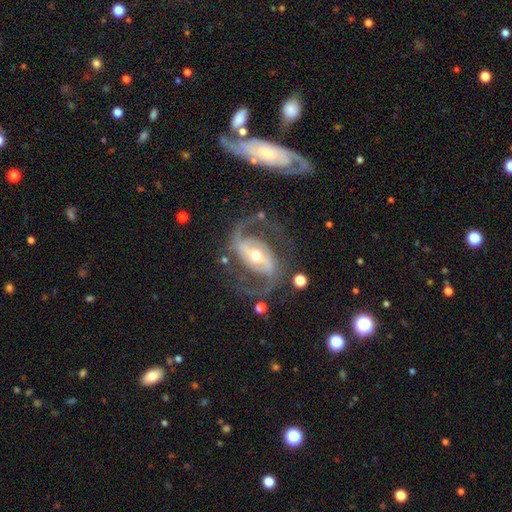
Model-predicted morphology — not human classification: smooth-or-featured: featured or disk: 91% | star or artifact: 5% | smooth: 4%
  disk-edge-on: no: 97% | yes: 3%
    bar: strong: 51% | weak: 34% | no: 15%
    has-spiral-arms: yes: 97% | no: 3%
      spiral-winding: medium: 57% | loose: 28% | tight: 15%
      spiral-arm-count: 2: 92% | can't tell: 2% | 3: 2% | 1: 2% | 4: 1% | more than 4: 1%
    bulge-size: moderate: 67% | small: 24% | large: 7% | dominant: 1% | none: 1%
  merging: none: 71% | minor disturbance: 15% | major disturbance: 11% | merger: 3%